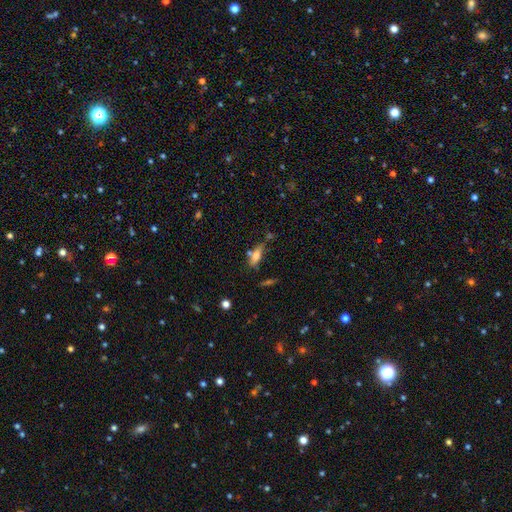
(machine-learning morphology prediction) This appears to be a smooth galaxy with no disk features (67%) that is in between round and cigar-shaped (59%). Merging: none (53%).